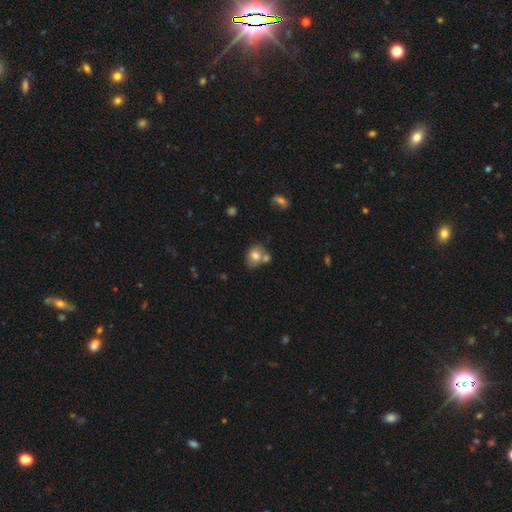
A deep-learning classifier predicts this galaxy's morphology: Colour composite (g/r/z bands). It shows a smooth galaxy with no disk features (75%) that is round (51%). Merging: none (46%).